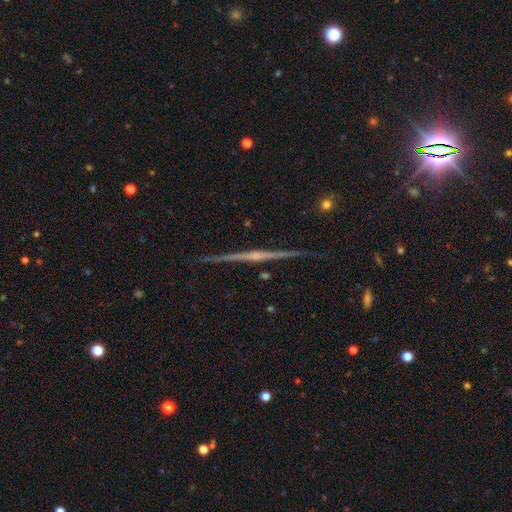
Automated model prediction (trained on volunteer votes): This appears to be a featured or disk galaxy (83%) viewed edge-on (99%) with a rounded central bulge (62%). Merging: none (92%).